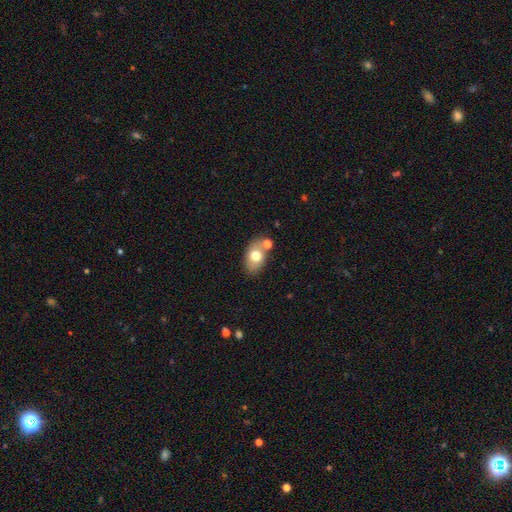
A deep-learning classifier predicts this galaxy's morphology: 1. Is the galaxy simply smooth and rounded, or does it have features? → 70% smooth, 22% featured or disk, 8% star or artifact.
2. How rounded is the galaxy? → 84% in between, 15% round, 1% cigar-shaped.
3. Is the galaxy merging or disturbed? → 64% none, 17% merger, 14% minor disturbance, 4% major disturbance.